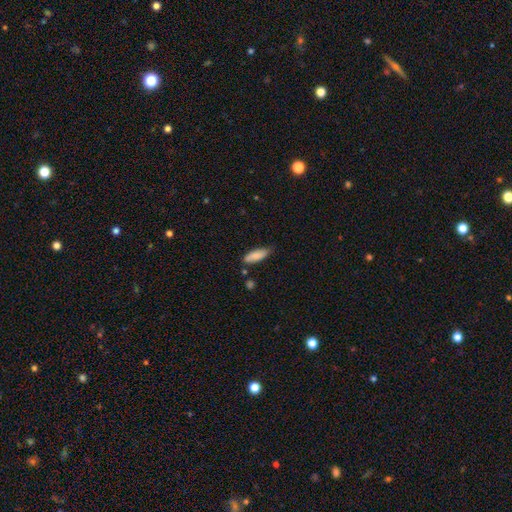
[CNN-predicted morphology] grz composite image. It shows a smooth galaxy with no disk features (86%) that is in between round and cigar-shaped (60%). Merging: none (70%).